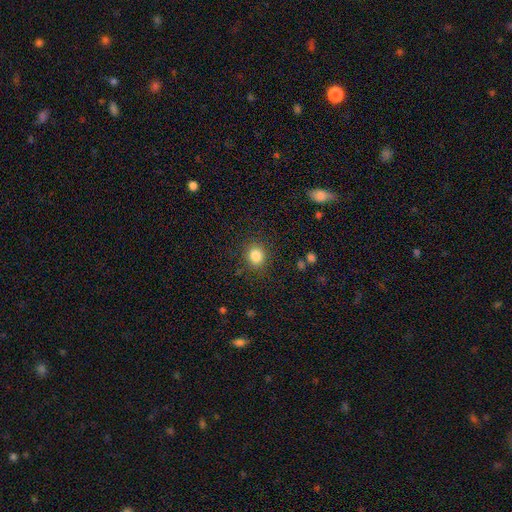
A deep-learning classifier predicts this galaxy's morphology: smooth 84%, star or artifact 11%, featured or disk 5%. Down the decision tree: how rounded — round (74%); merging — none (86%).